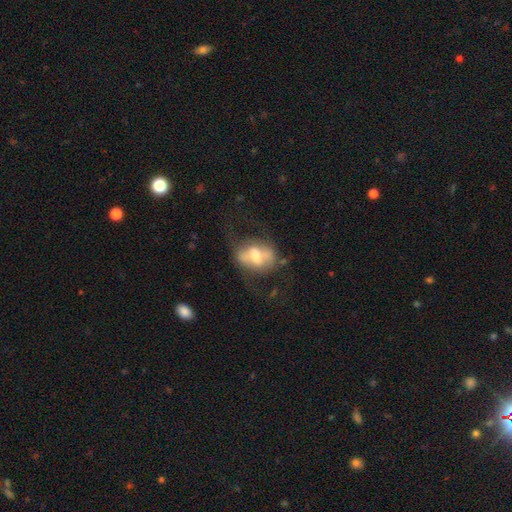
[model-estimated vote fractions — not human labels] Smooth or featured? Predicted: featured or disk (p=0.52). Edge-on disk? Predicted: no (p=0.88). Merging? Predicted: none (p=0.40).